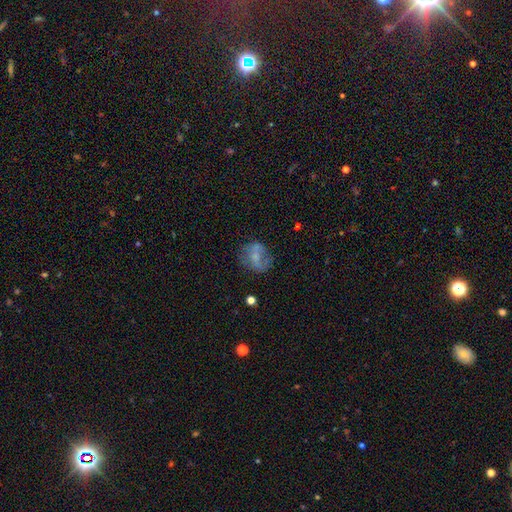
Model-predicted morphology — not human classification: smooth_or_featured: smooth (p=0.46) [alt: featured or disk p=0.44]
merging: none (p=0.54) [alt: minor disturbance p=0.24]